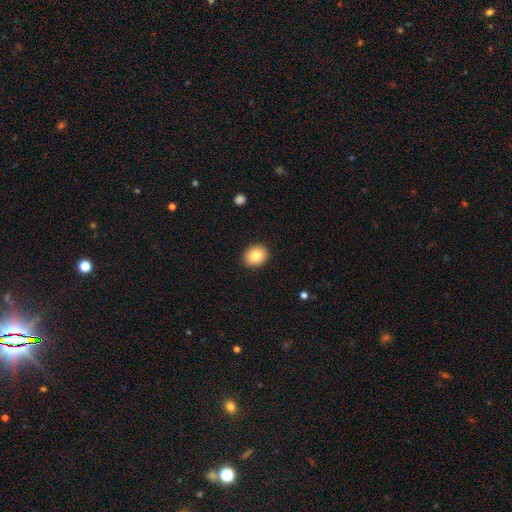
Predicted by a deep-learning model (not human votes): Smooth or featured? Predicted: smooth (p=0.84). How rounded? Predicted: round (p=0.56). Merging? Predicted: none (p=0.91).